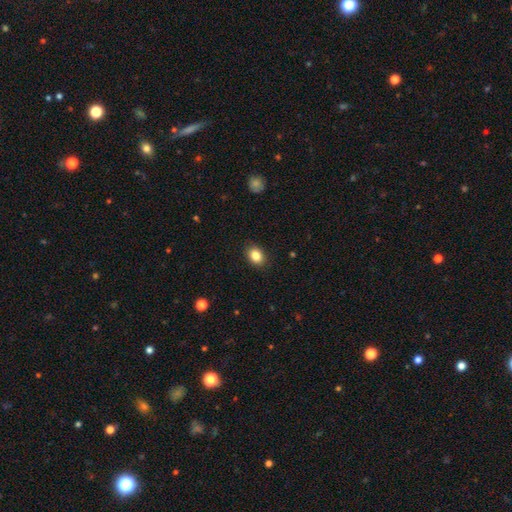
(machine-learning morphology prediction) A smooth galaxy with no disk features (85%) that is in between round and cigar-shaped (64%). Merging: none (89%).